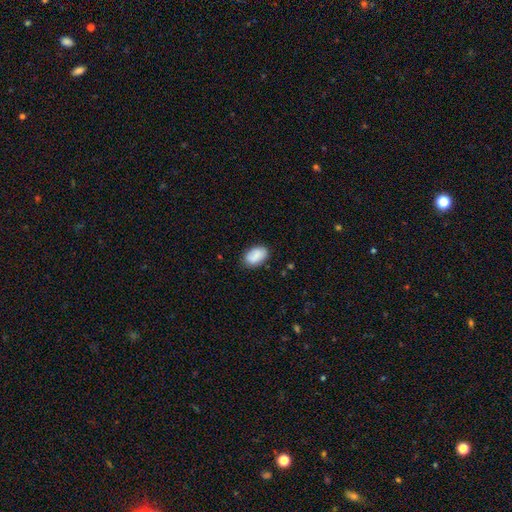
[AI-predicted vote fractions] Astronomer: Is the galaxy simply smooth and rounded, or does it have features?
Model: smooth — 84%.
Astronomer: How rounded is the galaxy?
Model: in between — 92%.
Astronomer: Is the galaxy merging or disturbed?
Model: none — 82%.